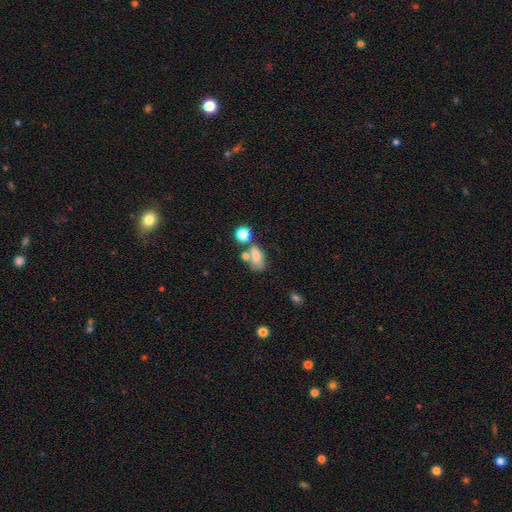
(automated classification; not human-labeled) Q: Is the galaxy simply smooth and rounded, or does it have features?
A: smooth — 68%.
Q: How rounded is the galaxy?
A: in between — 81%.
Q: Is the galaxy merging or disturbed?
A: merger — 36%.